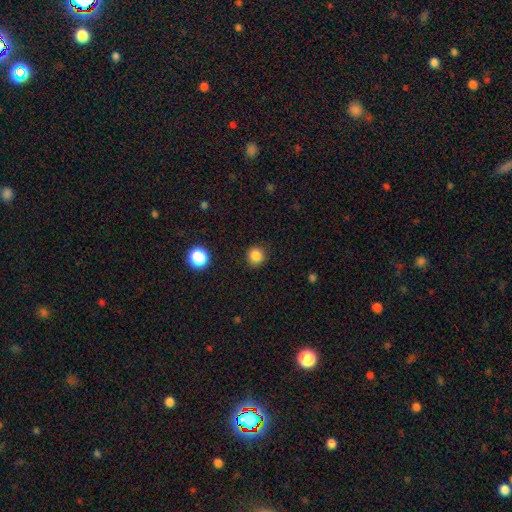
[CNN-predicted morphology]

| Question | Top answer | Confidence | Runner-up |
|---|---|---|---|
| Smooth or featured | smooth | 85% | star or artifact (12%) |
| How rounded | round | 92% | in between (7%) |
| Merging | none | 90% | minor disturbance (7%) |